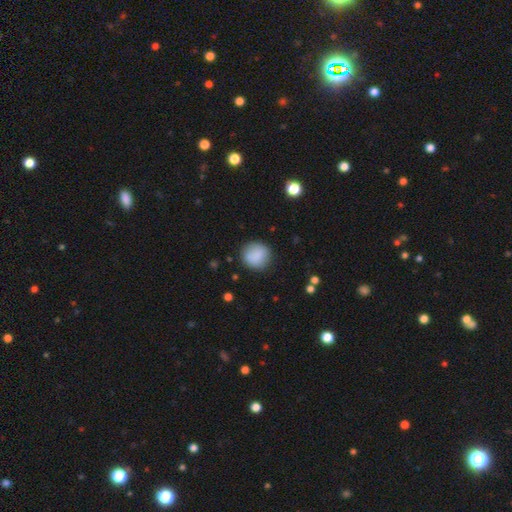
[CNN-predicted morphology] A smooth galaxy with no disk features (87%) that is round (89%).

Vote fractions:
- Smooth or featured? smooth: 87% / star or artifact: 8% / featured or disk: 6%
- How rounded? round: 89% / in between: 10% / cigar-shaped: 1%
- Merging? none: 85% / minor disturbance: 11% / major disturbance: 3% / merger: 1%